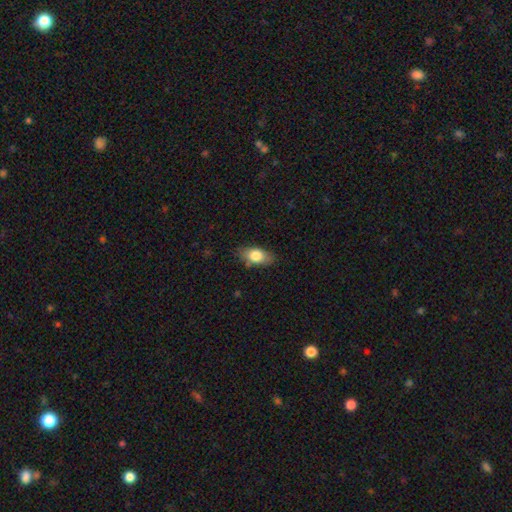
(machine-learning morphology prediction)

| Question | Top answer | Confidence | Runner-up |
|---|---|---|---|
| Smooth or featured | smooth | 78% | featured or disk (15%) |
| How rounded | in between | 88% | round (7%) |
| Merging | none | 81% | minor disturbance (15%) |